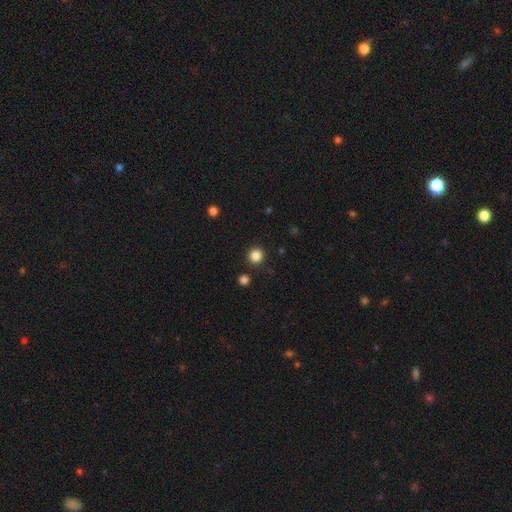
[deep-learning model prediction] Smooth or featured?
  - smooth: 85% *
  - star or artifact: 12%
  - featured or disk: 4%
How rounded?
  - round: 91% *
  - in between: 8%
  - cigar-shaped: 1%
Merging?
  - none: 90% *
  - minor disturbance: 6%
  - merger: 3%
  - major disturbance: 2%